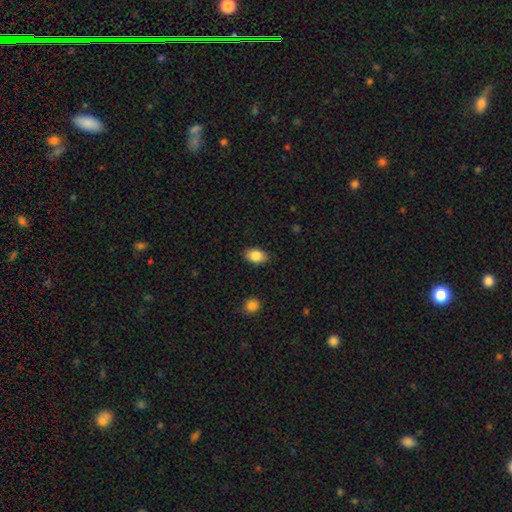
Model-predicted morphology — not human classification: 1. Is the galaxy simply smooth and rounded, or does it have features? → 85% smooth, 8% star or artifact, 7% featured or disk.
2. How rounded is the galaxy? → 86% in between, 13% round, 1% cigar-shaped.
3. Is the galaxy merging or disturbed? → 87% none, 9% minor disturbance, 2% major disturbance, 1% merger.